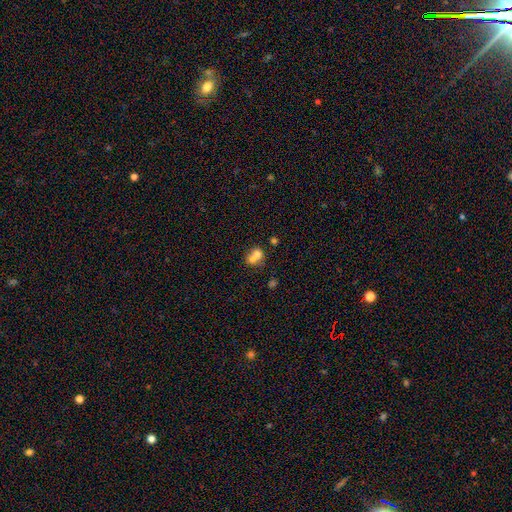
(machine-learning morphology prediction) Smooth or featured: smooth — 68% (featured or disk — 21%)
How rounded: round — 66% (in between — 33%)
Merging: merger — 67% (none — 24%)